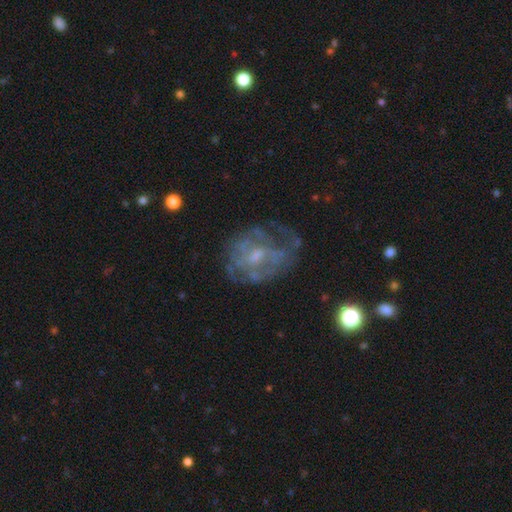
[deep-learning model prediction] The model was most divided on "spiral arms": no: 55%, yes: 45%. Remaining: edge-on disk — no (97%); smooth or featured — featured or disk (68%); bar — no (60%); merging — none (51%); bulge size — small (47%).